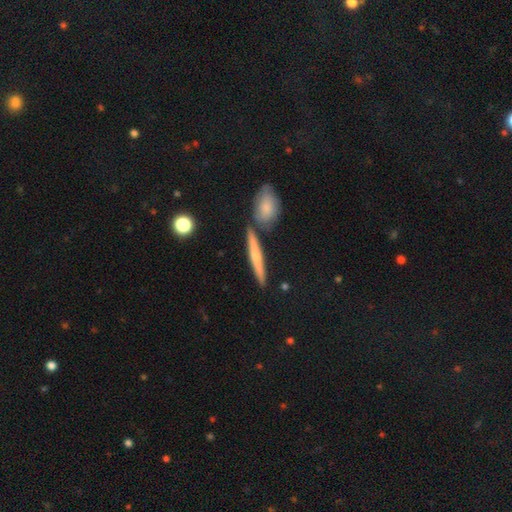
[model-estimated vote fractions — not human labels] This appears to be a smooth galaxy with no disk features (47%). Merging: none (78%).